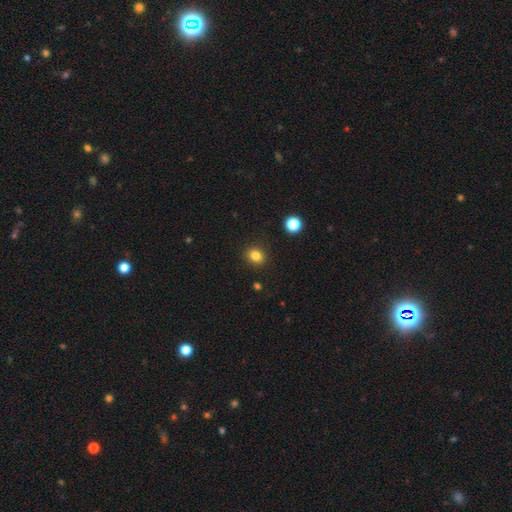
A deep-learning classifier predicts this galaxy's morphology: type=smooth (83%); roundness=round (62%); merging=none (89%).